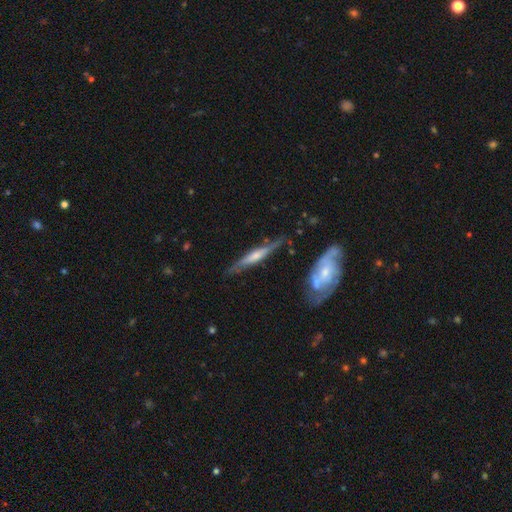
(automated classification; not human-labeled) This is likely a featured or disk galaxy (61%). It is clearly viewed edge-on (93%). Edge-on bulge: possibly rounded (53%). Merging: likely none (77%).